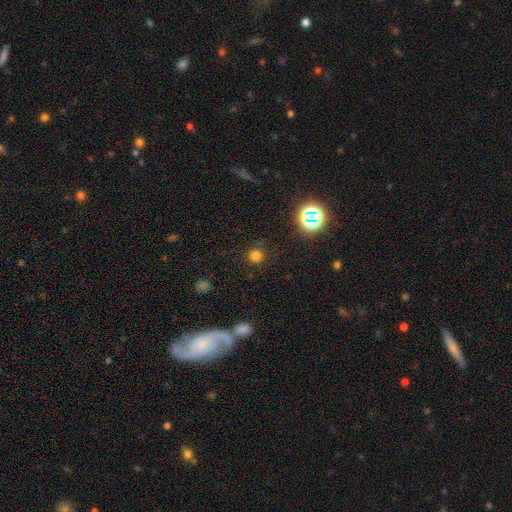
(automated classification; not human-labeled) Smooth or featured? smooth (73%)
How rounded? round (94%)
Merging? none (86%)